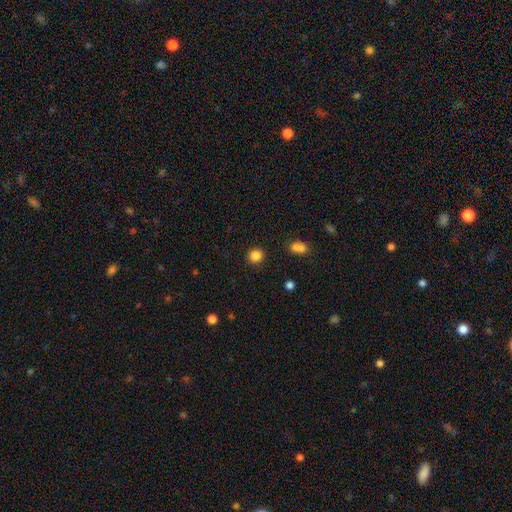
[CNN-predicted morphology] type=smooth (85%); roundness=round (86%); merging=none (87%).